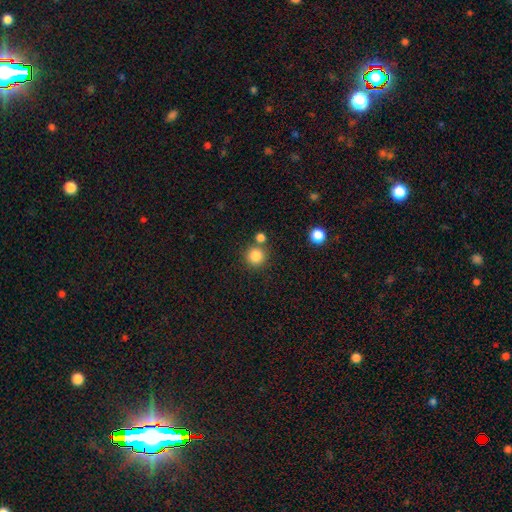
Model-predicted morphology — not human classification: smooth-or-featured: smooth: 84% | star or artifact: 11% | featured or disk: 5%
  how-rounded: round: 94% | in between: 5% | cigar-shaped: 1%
  merging: none: 77% | merger: 13% | minor disturbance: 7% | major disturbance: 3%